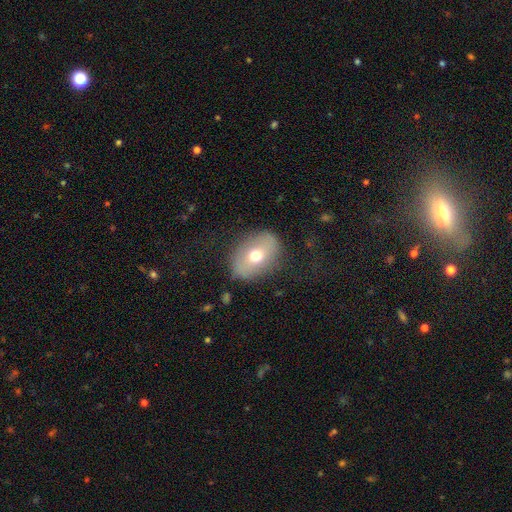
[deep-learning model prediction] smooth_or_featured: smooth (p=0.63) [alt: featured or disk p=0.28]
how_rounded: in between (p=0.74) [alt: round p=0.24]
merging: none (p=0.81) [alt: minor disturbance p=0.13]